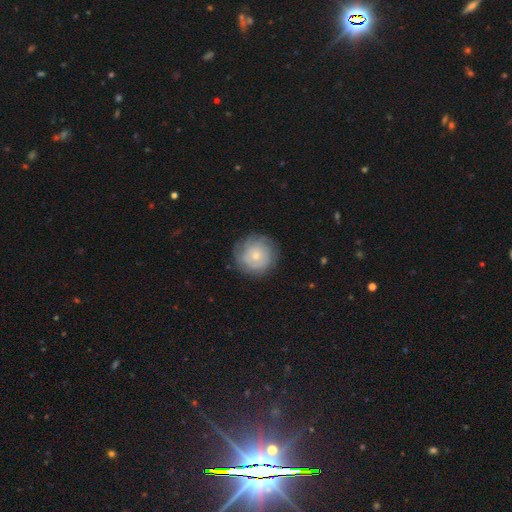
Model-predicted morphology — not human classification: smooth 50%, featured or disk 43%, star or artifact 7%. Down the decision tree: merging — none (78%).